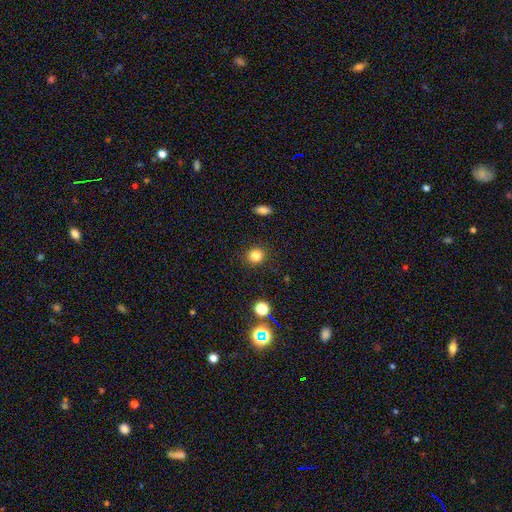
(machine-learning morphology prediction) Smooth or featured? smooth (83%)
How rounded? round (89%)
Merging? none (90%)